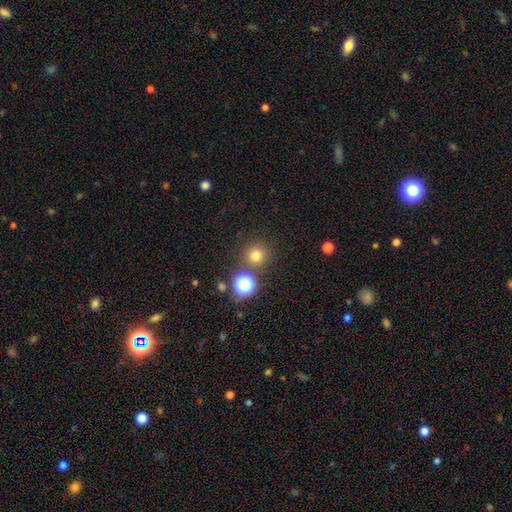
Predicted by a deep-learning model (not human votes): smooth_or_featured: smooth (p=0.73) [alt: star or artifact p=0.20]
how_rounded: round (p=0.95) [alt: in between p=0.05]
merging: none (p=0.83) [alt: minor disturbance p=0.07]